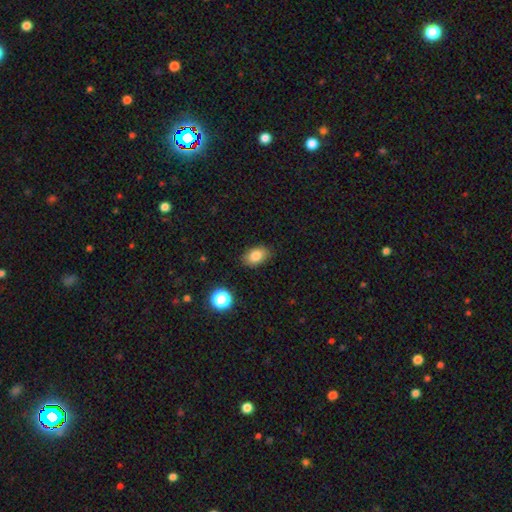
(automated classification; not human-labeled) This appears to be a smooth galaxy with no disk features (83%) that is in between round and cigar-shaped (85%). Merging: none (85%).